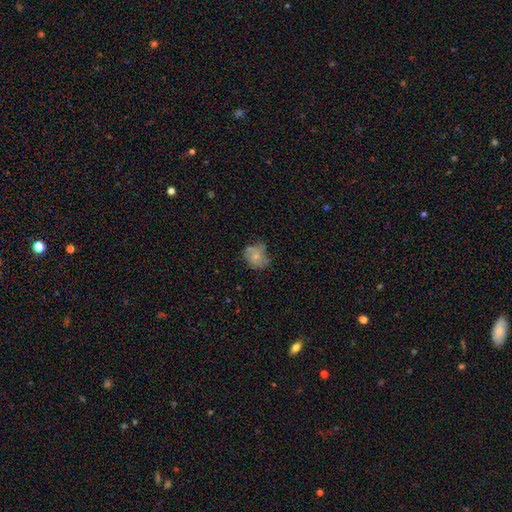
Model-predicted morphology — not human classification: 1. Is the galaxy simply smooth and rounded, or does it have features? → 49% smooth, 42% featured or disk, 9% star or artifact.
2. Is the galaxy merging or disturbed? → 55% none, 28% minor disturbance, 13% major disturbance, 4% merger.